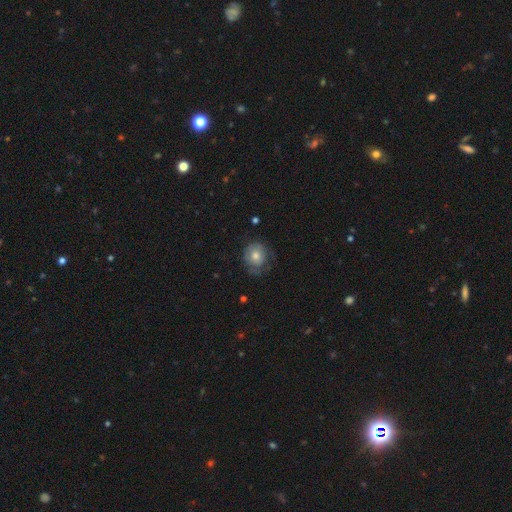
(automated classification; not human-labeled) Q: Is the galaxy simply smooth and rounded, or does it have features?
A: smooth — 57%.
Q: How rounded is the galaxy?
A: round — 77%.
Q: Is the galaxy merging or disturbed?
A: none — 61%.